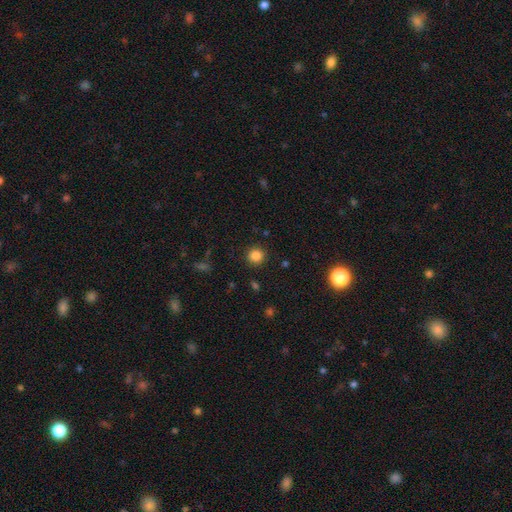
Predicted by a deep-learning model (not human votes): Q: Smooth or featured?
A: smooth (84%); runner-up: star or artifact (12%)
Q: How rounded?
A: round (91%); runner-up: in between (8%)
Q: Merging?
A: none (91%); runner-up: minor disturbance (6%)